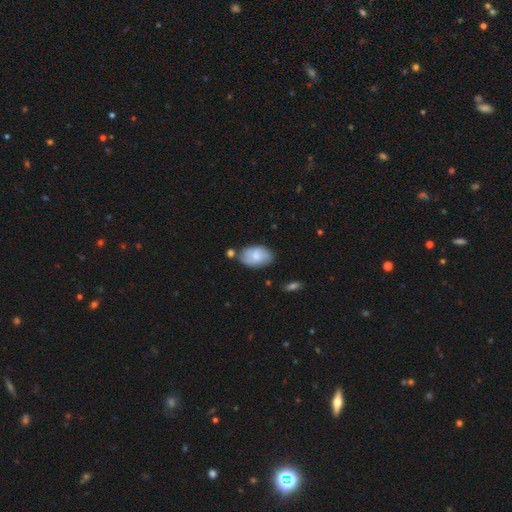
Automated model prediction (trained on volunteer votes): A smooth galaxy with no disk features (69%) that is in between round and cigar-shaped (91%). Merging: none (68%).